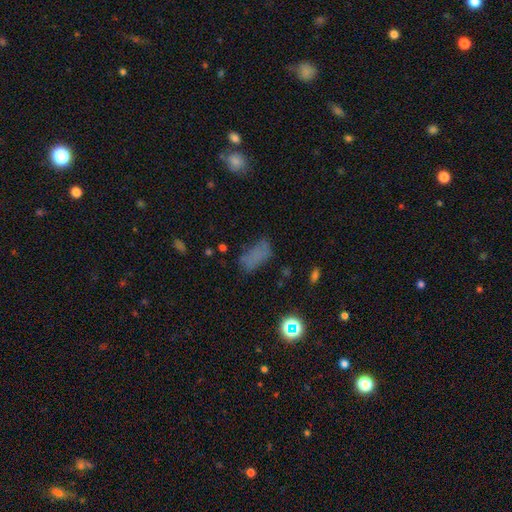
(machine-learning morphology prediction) smooth-or-featured: smooth: 62% | star or artifact: 22% | featured or disk: 16%
  how-rounded: in between: 84% | cigar-shaped: 9% | round: 7%
  merging: none: 54% | minor disturbance: 25% | major disturbance: 16% | merger: 5%